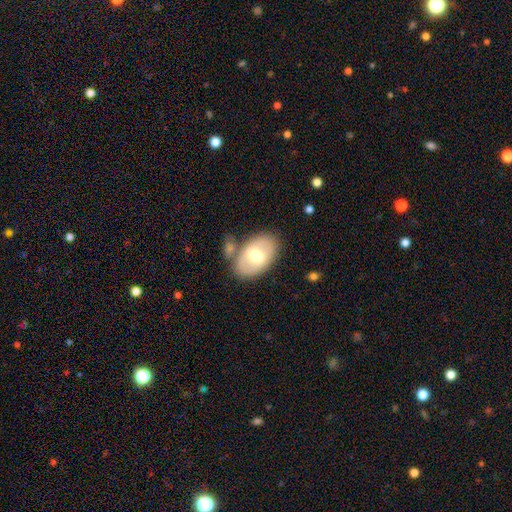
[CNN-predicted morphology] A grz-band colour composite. It shows a smooth galaxy with no disk features (54%) that is in between round and cigar-shaped (90%). Merging: none (66%).